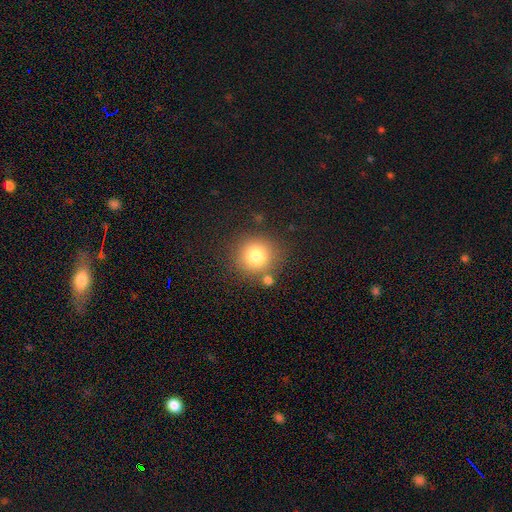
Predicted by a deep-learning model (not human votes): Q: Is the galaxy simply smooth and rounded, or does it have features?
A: smooth — 78%.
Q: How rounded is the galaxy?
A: round — 91%.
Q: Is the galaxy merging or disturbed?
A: none — 80%.